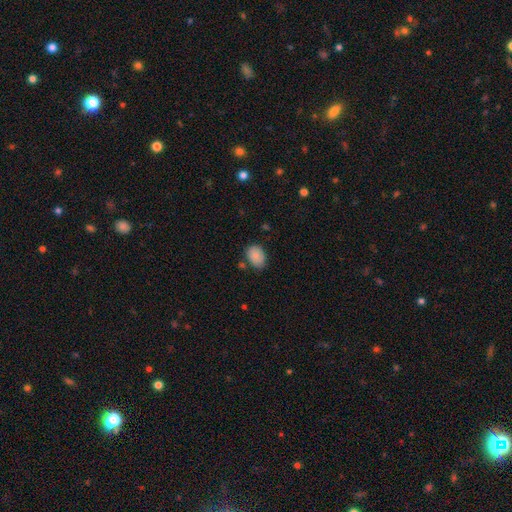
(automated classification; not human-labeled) Morphology: type=smooth (83%); roundness=in between (80%); merging=none (69%).